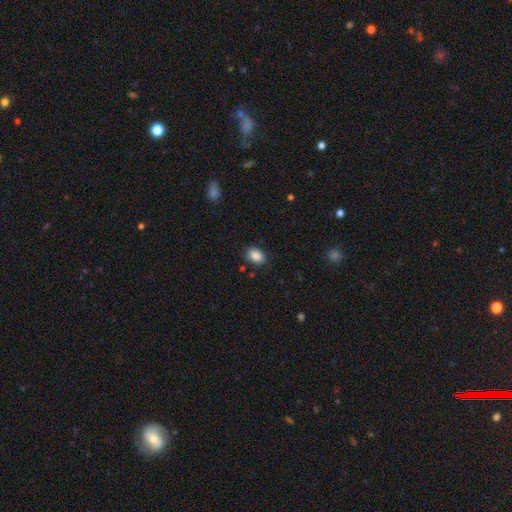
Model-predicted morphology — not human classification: This appears to be a smooth galaxy with no disk features (88%) that is in between round and cigar-shaped (82%). Merging: none (85%).